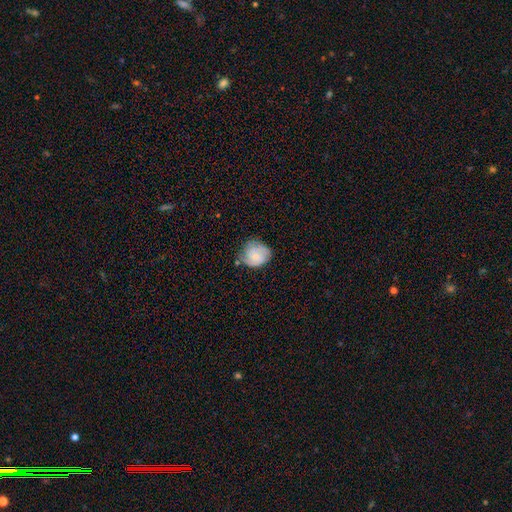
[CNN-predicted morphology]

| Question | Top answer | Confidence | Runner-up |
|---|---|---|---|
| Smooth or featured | featured or disk | 47% | smooth (45%) |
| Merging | none | 63% | minor disturbance (27%) |